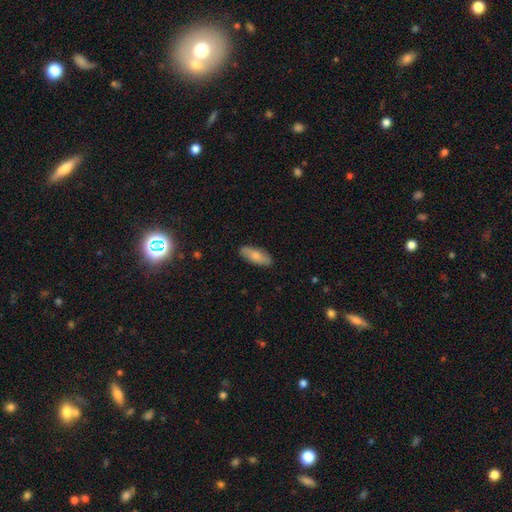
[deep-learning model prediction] smooth 77%, featured or disk 18%, star or artifact 5%. Down the decision tree: how rounded — in between (76%); merging — none (87%).